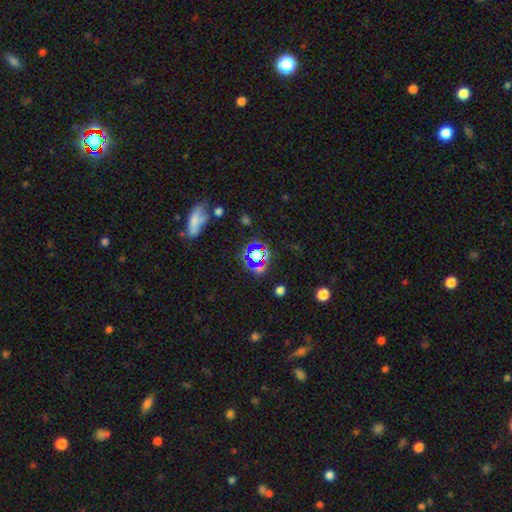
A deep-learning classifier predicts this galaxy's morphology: A star or artifact, not a galaxy (63%).

Vote fractions:
- Smooth or featured? star or artifact: 63% / smooth: 27% / featured or disk: 11%